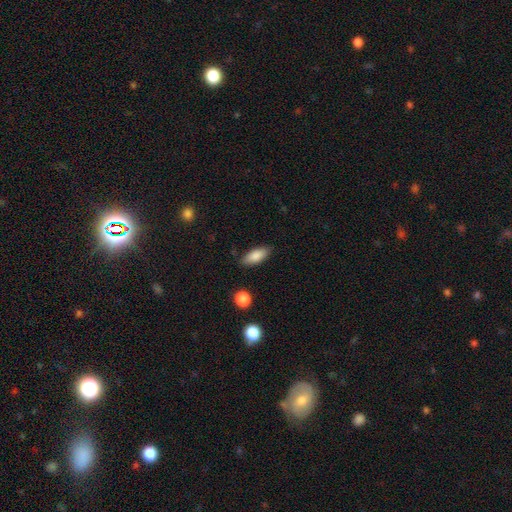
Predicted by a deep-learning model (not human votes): Morphology: type=smooth (85%); roundness=in between (80%); merging=none (84%).